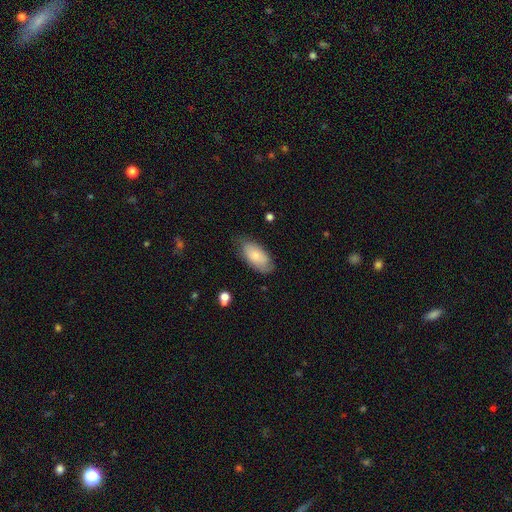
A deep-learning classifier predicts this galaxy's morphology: smooth-or-featured: smooth: 75% | featured or disk: 19% | star or artifact: 6%
  how-rounded: in between: 93% | cigar-shaped: 5% | round: 3%
  merging: none: 71% | minor disturbance: 23% | major disturbance: 5% | merger: 1%